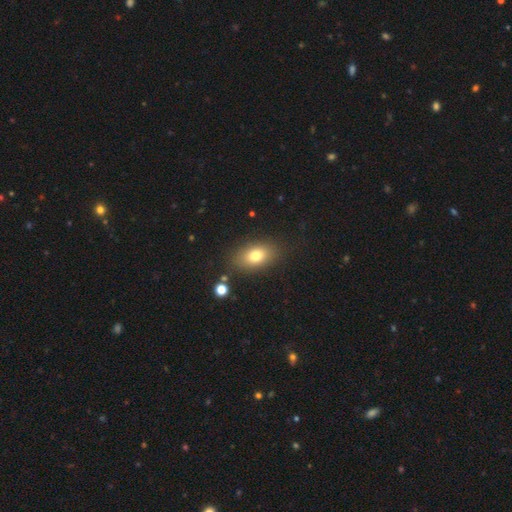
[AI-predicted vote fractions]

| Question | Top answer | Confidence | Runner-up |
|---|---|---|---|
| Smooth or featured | smooth | 76% | featured or disk (14%) |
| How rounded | in between | 84% | round (14%) |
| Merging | none | 83% | minor disturbance (11%) |